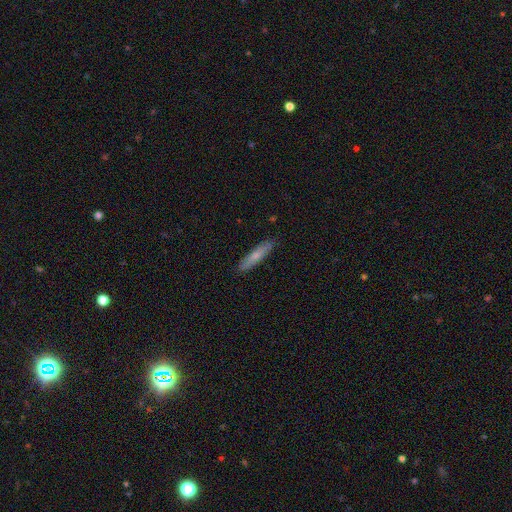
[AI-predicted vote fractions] Smooth or featured? smooth (68%)
How rounded? cigar-shaped (87%)
Merging? none (88%)